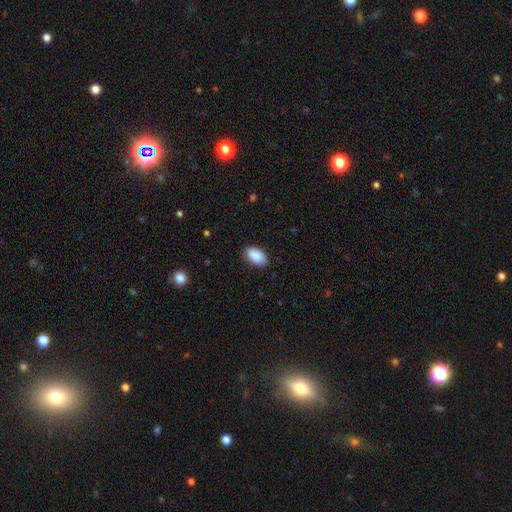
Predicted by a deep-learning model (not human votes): A smooth galaxy with no disk features (90%) that is in between round and cigar-shaped (94%).

Vote fractions:
- Smooth or featured? smooth: 90% / star or artifact: 6% / featured or disk: 3%
- How rounded? in between: 94% / round: 5% / cigar-shaped: 2%
- Merging? none: 85% / minor disturbance: 12% / major disturbance: 2% / merger: 1%